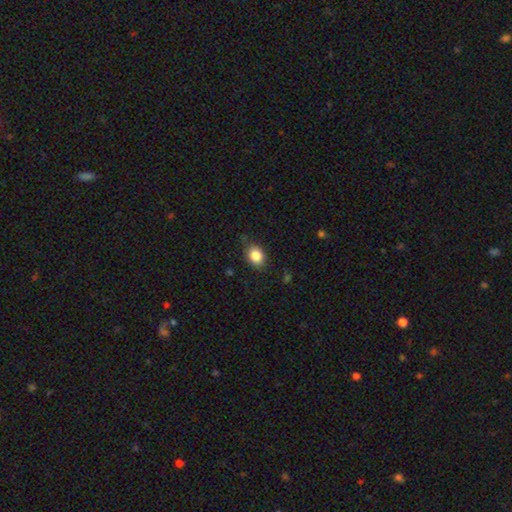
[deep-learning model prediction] A smooth galaxy with no disk features (85%) that is in between round and cigar-shaped (60%). Merging: none (76%).